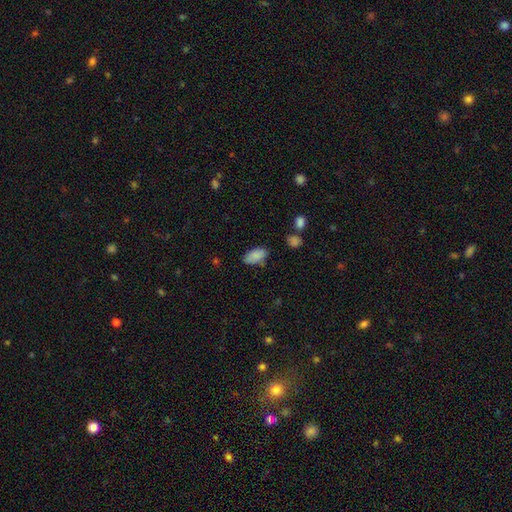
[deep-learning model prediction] Smooth or featured?
  - smooth: 86% *
  - star or artifact: 8%
  - featured or disk: 7%
How rounded?
  - in between: 93% *
  - round: 4%
  - cigar-shaped: 3%
Merging?
  - none: 72% *
  - minor disturbance: 20%
  - major disturbance: 4%
  - merger: 4%